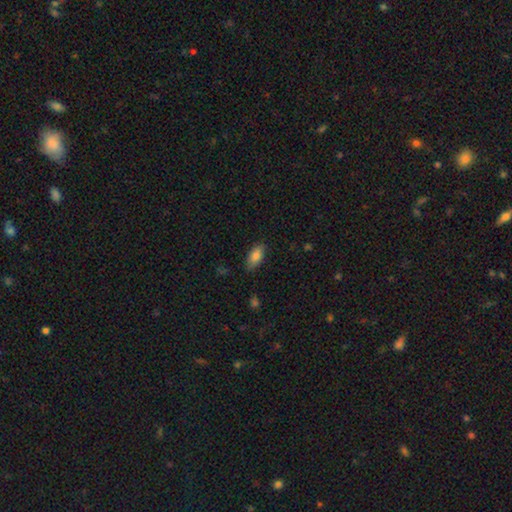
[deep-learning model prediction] This appears to be a smooth galaxy with no disk features (85%) that is in between round and cigar-shaped (90%). Merging: none (82%).